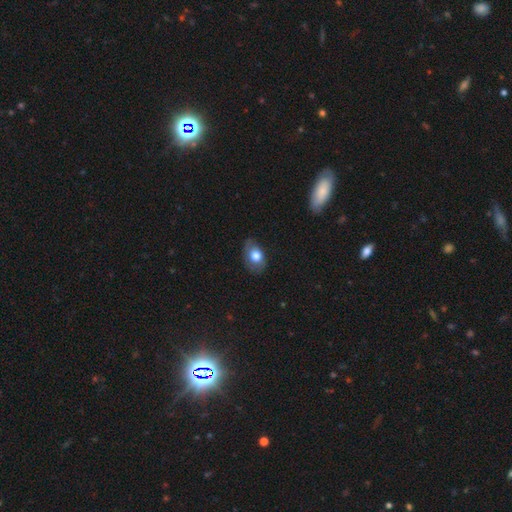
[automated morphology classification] Overall: smooth (69%). How rounded: in between (78%). Merging: none (67%).